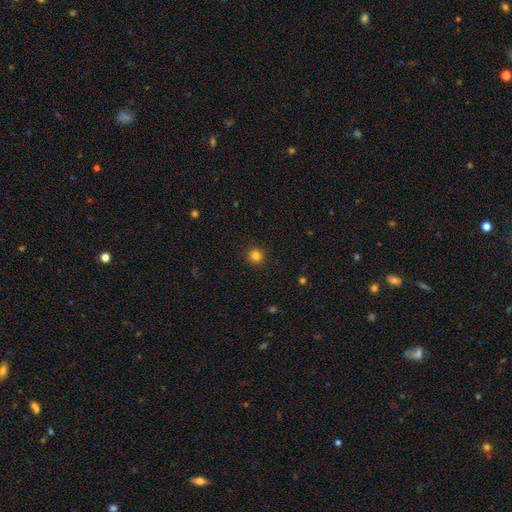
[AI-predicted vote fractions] Smooth or featured? smooth (83%)
How rounded? round (95%)
Merging? none (92%)